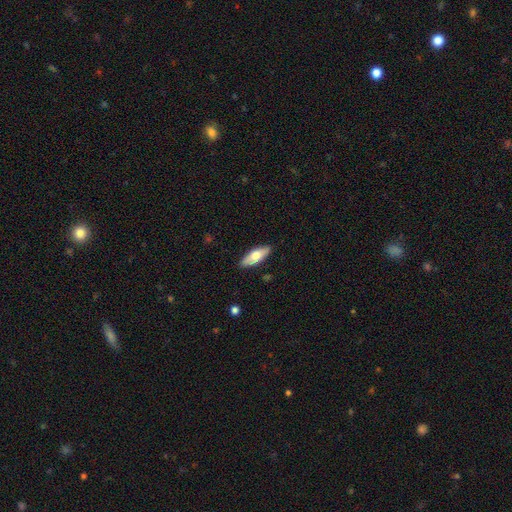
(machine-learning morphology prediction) smooth_or_featured: smooth (p=0.65) [alt: featured or disk p=0.30]
how_rounded: in between (p=0.69) [alt: cigar-shaped p=0.28]
merging: none (p=0.88) [alt: minor disturbance p=0.09]